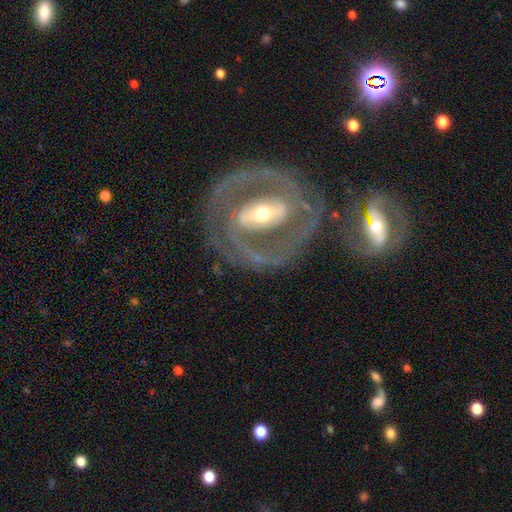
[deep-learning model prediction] Overall: featured or disk (84%). Edge-on disk: no (95%). Bar: strong (53%; weak 27%). Spiral arms: yes (77%). Spiral arm count: 2 (75%). Spiral winding: tight (50%; medium 39%). Bulge size: moderate (56%; small 35%). Merging: none (70%).